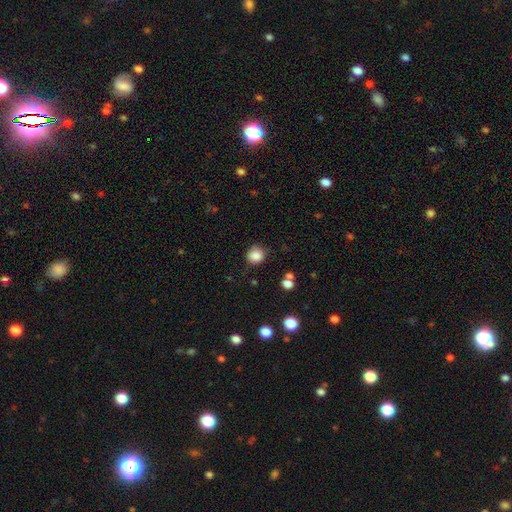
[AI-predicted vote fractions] Smooth or featured?
  - smooth: 86% *
  - star or artifact: 10%
  - featured or disk: 4%
How rounded?
  - round: 85% *
  - in between: 14%
  - cigar-shaped: 1%
Merging?
  - none: 78% *
  - minor disturbance: 15%
  - major disturbance: 4%
  - merger: 3%